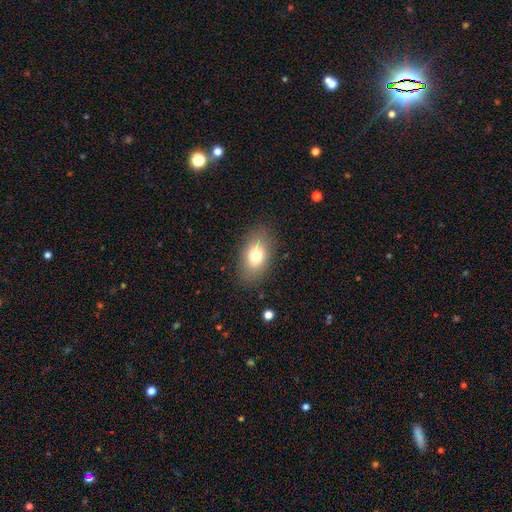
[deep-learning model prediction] A smooth galaxy with no disk features (75%) that is in between round and cigar-shaped (88%).

Vote fractions:
- Smooth or featured? smooth: 75% / featured or disk: 16% / star or artifact: 9%
- How rounded? in between: 88% / round: 10% / cigar-shaped: 2%
- Merging? none: 84% / minor disturbance: 11% / major disturbance: 4% / merger: 1%